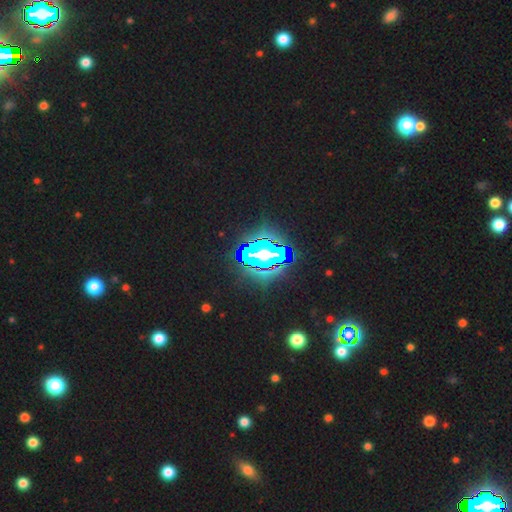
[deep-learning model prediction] Smooth or featured?
  - star or artifact: 72% *
  - featured or disk: 14%
  - smooth: 13%